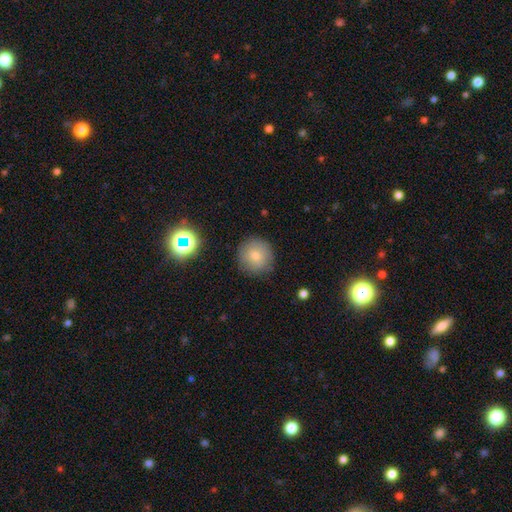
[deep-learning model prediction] smooth_or_featured: smooth (p=0.78) [alt: featured or disk p=0.12]
how_rounded: round (p=0.94) [alt: in between p=0.05]
merging: none (p=0.86) [alt: minor disturbance p=0.10]